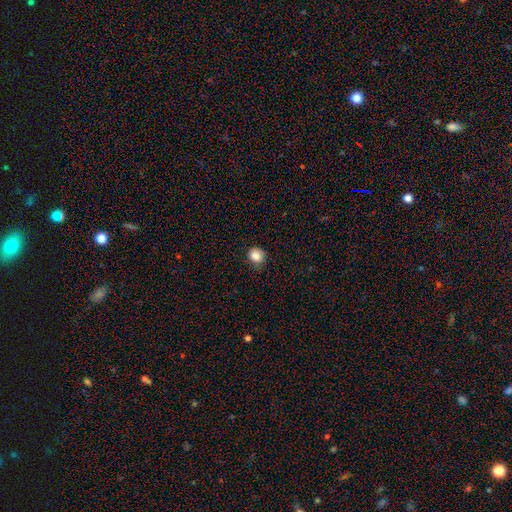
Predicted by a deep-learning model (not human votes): Smooth or featured: smooth — 85% (star or artifact — 10%)
How rounded: round — 82% (in between — 17%)
Merging: none — 82% (minor disturbance — 14%)